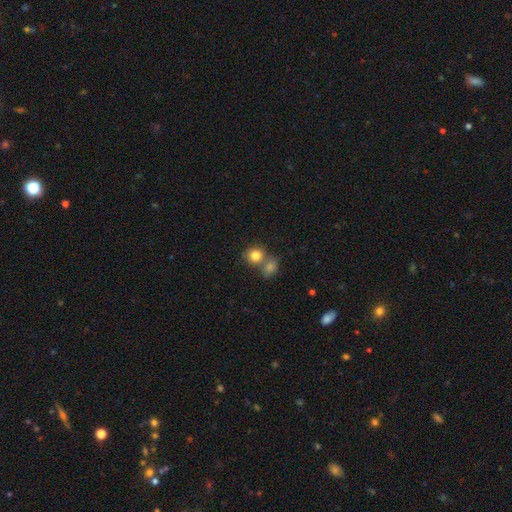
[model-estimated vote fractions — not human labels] Morphology: type=smooth (82%); roundness=round (79%); merging=none (47%).